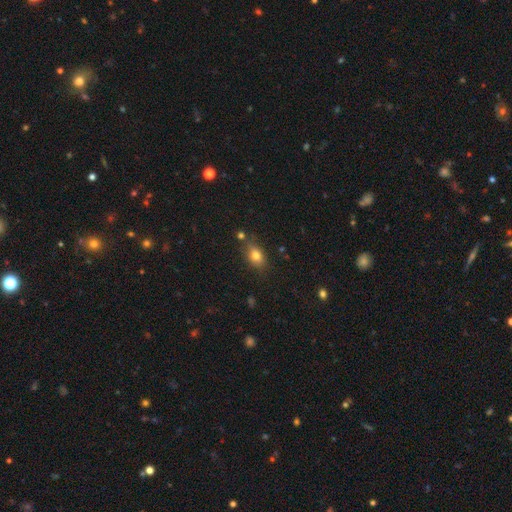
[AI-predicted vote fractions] Overall: smooth (77%). How rounded: in between (77%). Merging: none (74%).